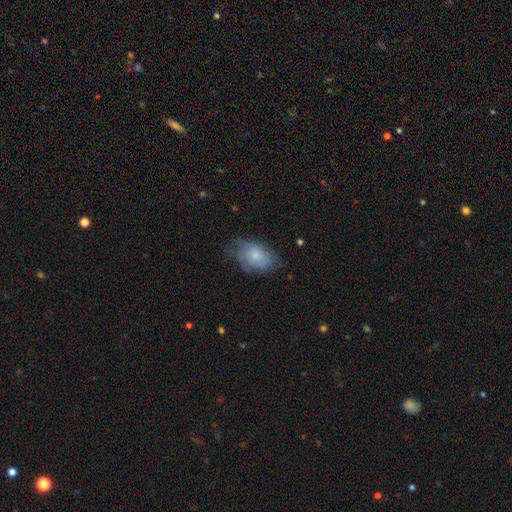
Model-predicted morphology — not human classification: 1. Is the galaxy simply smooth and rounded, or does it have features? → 65% smooth, 27% featured or disk, 7% star or artifact.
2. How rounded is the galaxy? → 89% in between, 10% round, 2% cigar-shaped.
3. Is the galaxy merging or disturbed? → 55% none, 31% minor disturbance, 13% major disturbance, 1% merger.